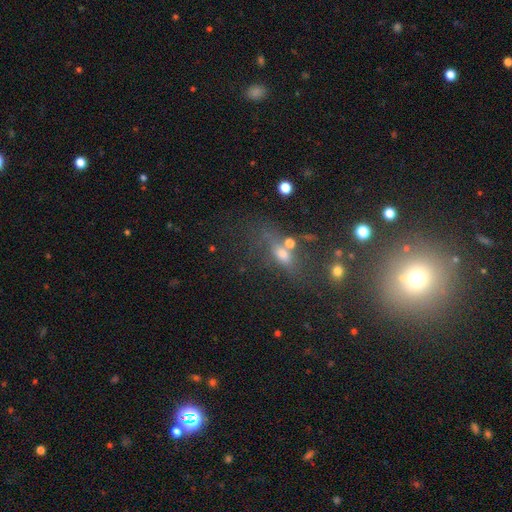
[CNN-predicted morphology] Smooth or featured?
  - star or artifact: 48% *
  - smooth: 31%
  - featured or disk: 21%